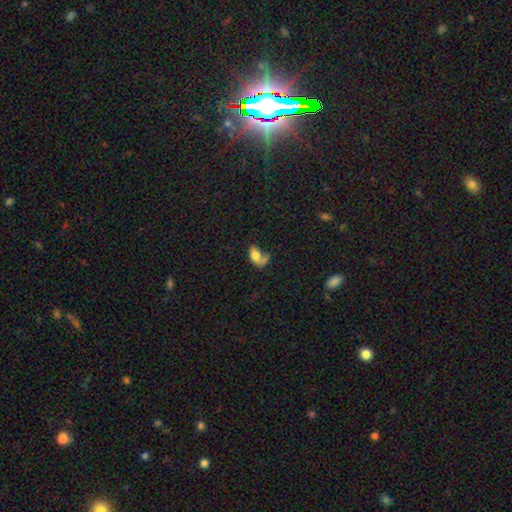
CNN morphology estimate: Smooth or featured? smooth (64%)
How rounded? in between (87%)
Merging? merger (32%)